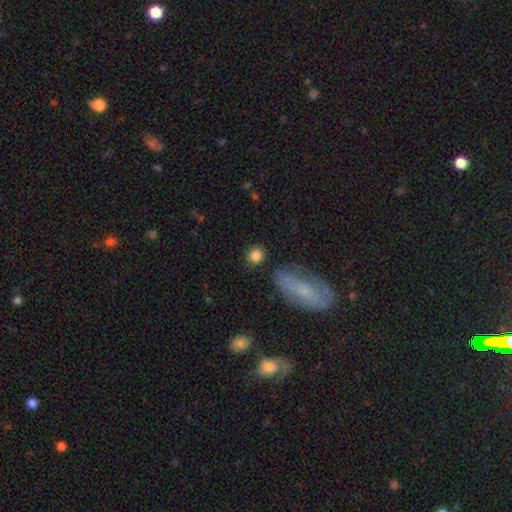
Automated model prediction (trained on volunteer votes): Smooth or featured? Predicted: smooth (p=0.85). How rounded? Predicted: round (p=0.76). Merging? Predicted: none (p=0.81).